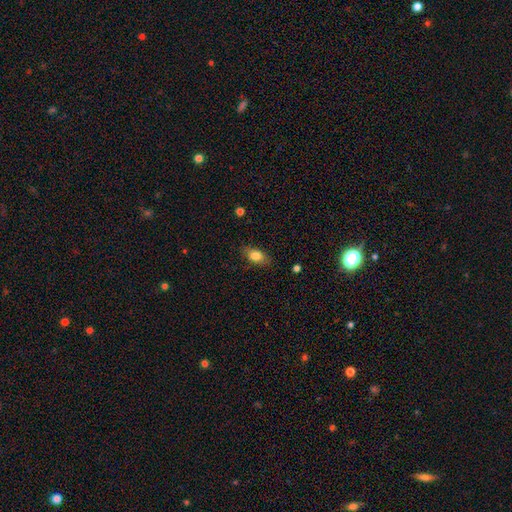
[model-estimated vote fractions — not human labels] smooth-or-featured: smooth: 80% | featured or disk: 12% | star or artifact: 8%
  how-rounded: in between: 86% | round: 8% | cigar-shaped: 6%
  merging: none: 82% | minor disturbance: 13% | major disturbance: 3% | merger: 1%